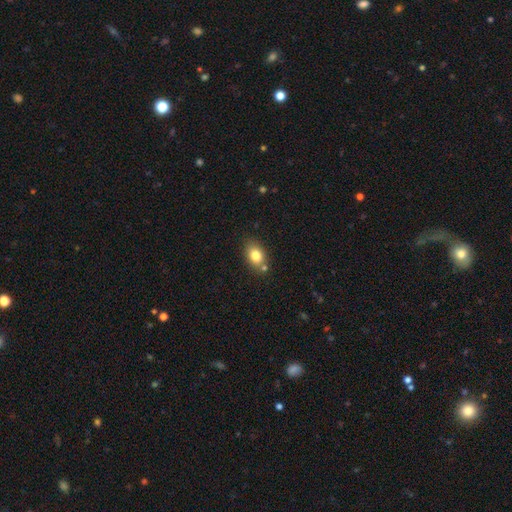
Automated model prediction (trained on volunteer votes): Smooth or featured? smooth (81%)
How rounded? in between (75%)
Merging? none (72%)